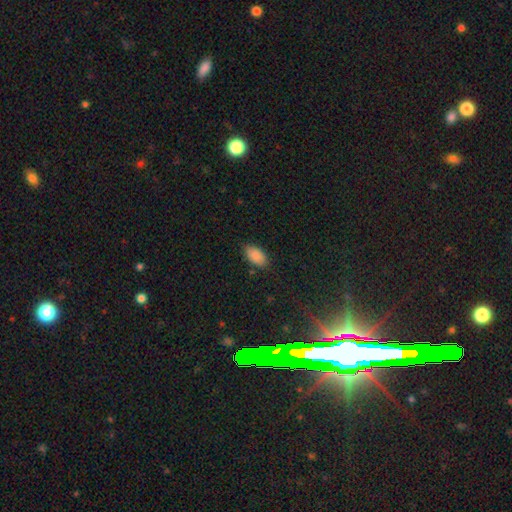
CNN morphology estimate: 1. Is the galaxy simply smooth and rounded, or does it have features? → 88% smooth, 7% star or artifact, 4% featured or disk.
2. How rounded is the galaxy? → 94% in between, 3% round, 3% cigar-shaped.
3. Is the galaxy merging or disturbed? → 85% none, 11% minor disturbance, 3% major disturbance, 1% merger.